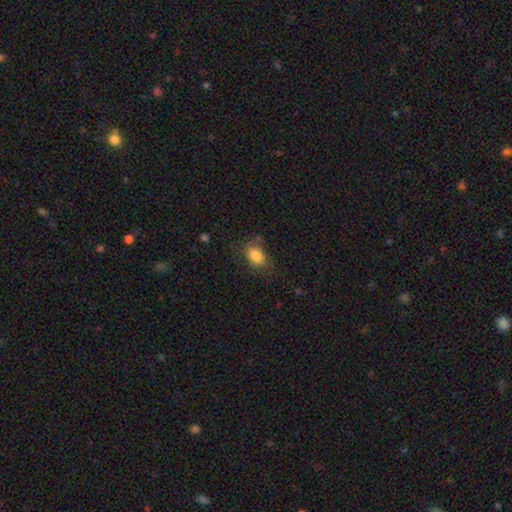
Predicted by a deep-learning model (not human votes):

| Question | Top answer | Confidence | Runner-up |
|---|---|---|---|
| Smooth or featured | smooth | 84% | star or artifact (9%) |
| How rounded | in between | 72% | round (26%) |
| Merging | none | 72% | minor disturbance (20%) |